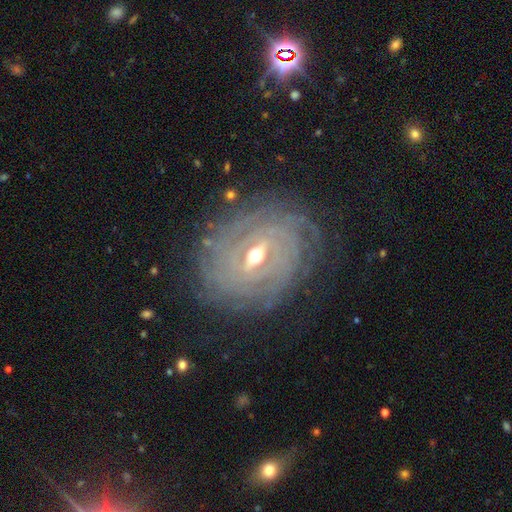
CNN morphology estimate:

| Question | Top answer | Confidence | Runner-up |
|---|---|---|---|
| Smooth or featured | featured or disk | 88% | smooth (6%) |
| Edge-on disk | no | 89% | yes (11%) |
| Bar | strong | 51% | weak (35%) |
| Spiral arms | yes | 84% | no (16%) |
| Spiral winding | tight | 84% | medium (11%) |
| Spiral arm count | can't tell | 49% | more than 4 (14%) |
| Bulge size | moderate | 65% | small (28%) |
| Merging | none | 78% | minor disturbance (14%) |